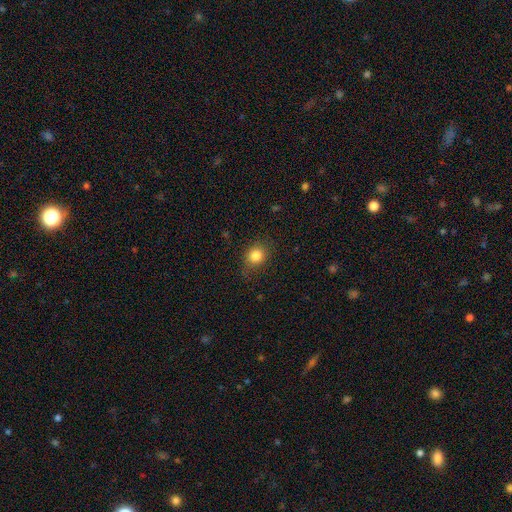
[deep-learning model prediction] smooth-or-featured: smooth: 83% | star or artifact: 11% | featured or disk: 6%
  how-rounded: round: 70% | in between: 29% | cigar-shaped: 1%
  merging: none: 78% | minor disturbance: 16% | major disturbance: 5% | merger: 1%